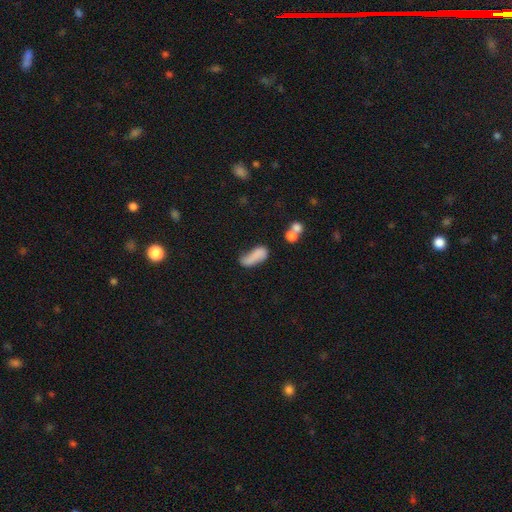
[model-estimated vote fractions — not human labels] This is likely a smooth galaxy (74%). How rounded: likely in between (71%). Merging: marginally none (34%).